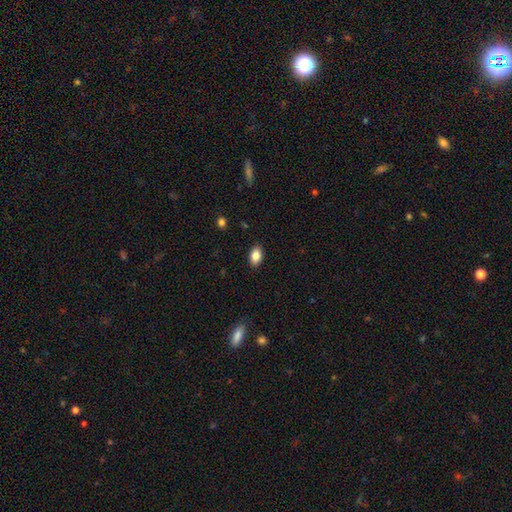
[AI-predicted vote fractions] smooth-or-featured: smooth: 86% | star or artifact: 8% | featured or disk: 6%
  how-rounded: in between: 89% | round: 10% | cigar-shaped: 1%
  merging: none: 89% | minor disturbance: 8% | major disturbance: 2% | merger: 1%